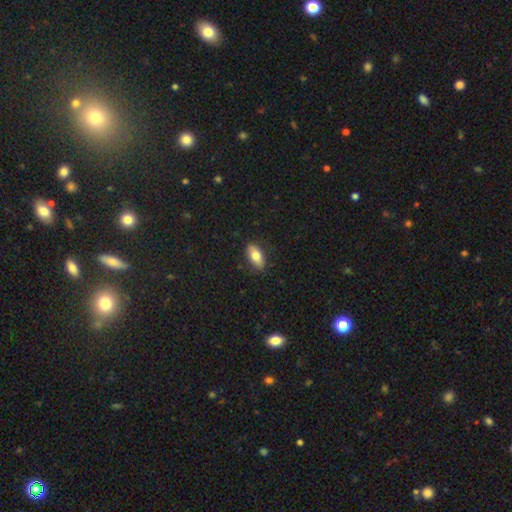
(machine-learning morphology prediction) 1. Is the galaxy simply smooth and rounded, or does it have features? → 77% smooth, 16% featured or disk, 7% star or artifact.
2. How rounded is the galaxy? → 88% in between, 8% cigar-shaped, 4% round.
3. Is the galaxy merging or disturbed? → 86% none, 11% minor disturbance, 2% major disturbance, 1% merger.